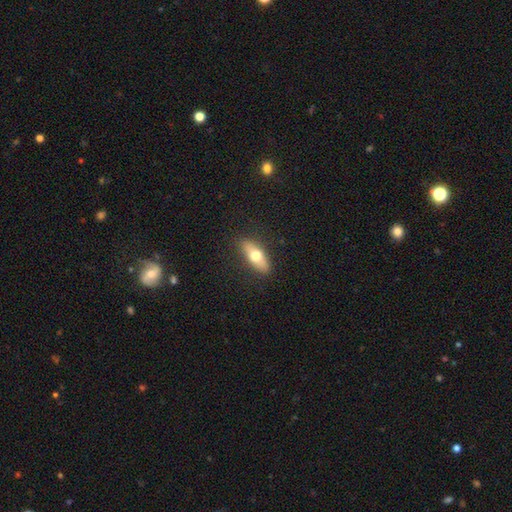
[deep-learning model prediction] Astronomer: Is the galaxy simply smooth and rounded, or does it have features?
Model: smooth — 64%.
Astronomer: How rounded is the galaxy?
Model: in between — 66%.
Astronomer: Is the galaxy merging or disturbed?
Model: none — 87%.